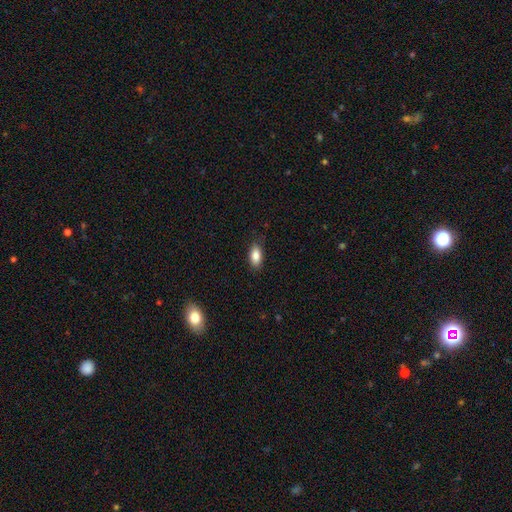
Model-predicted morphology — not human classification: smooth_or_featured: smooth (p=0.86) [alt: star or artifact p=0.07]
how_rounded: in between (p=0.89) [alt: cigar-shaped p=0.07]
merging: none (p=0.84) [alt: minor disturbance p=0.12]